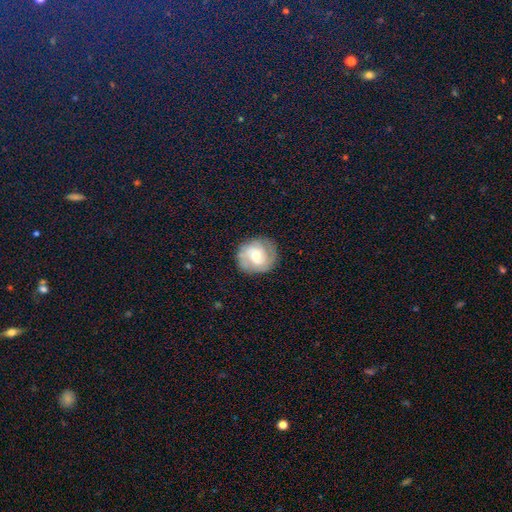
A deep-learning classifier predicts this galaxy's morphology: A featured or disk galaxy (58%) with no bar (61%), spiral arms (83%) and a moderate central bulge (49%). Merging: none (79%).